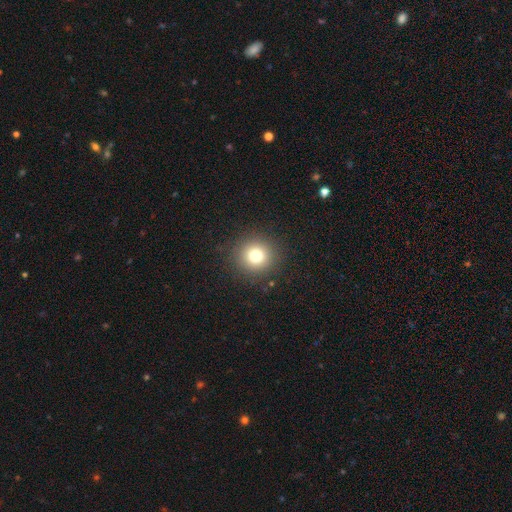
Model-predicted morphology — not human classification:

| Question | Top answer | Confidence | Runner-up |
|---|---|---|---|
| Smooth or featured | smooth | 77% | star or artifact (14%) |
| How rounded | round | 93% | in between (6%) |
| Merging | none | 90% | minor disturbance (6%) |